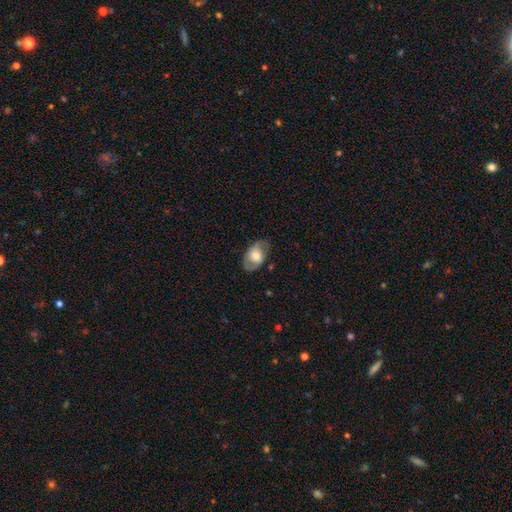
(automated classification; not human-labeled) This appears to be a featured or disk galaxy (53%). Merging: none (72%).